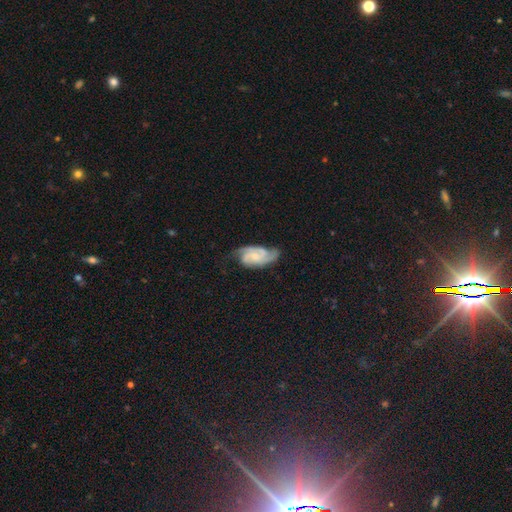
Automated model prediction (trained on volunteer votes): Smooth or featured? featured or disk (80%)
Edge-on disk? no (97%)
Bar? no (63%)
Spiral arms? yes (96%)
Spiral winding? tight (44%, tied with medium)
Spiral arm count? 2 (39%)
Bulge size? small (55%)
Merging? none (61%)